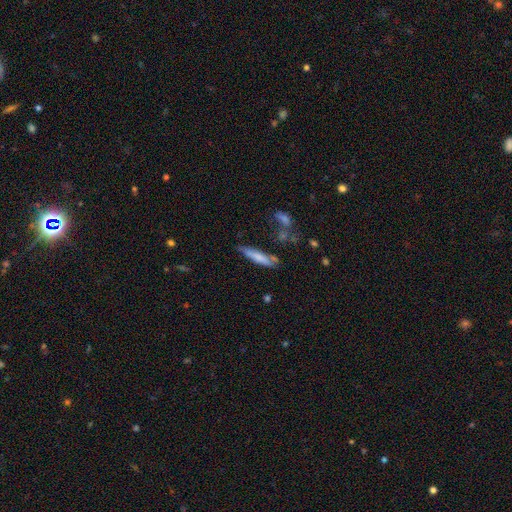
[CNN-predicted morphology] smooth-or-featured: smooth: 61% | featured or disk: 29% | star or artifact: 9%
  how-rounded: cigar-shaped: 84% | in between: 14% | round: 2%
  merging: none: 61% | minor disturbance: 23% | merger: 8% | major disturbance: 8%